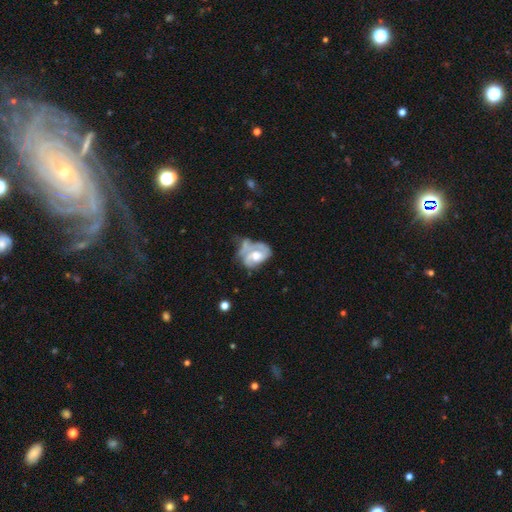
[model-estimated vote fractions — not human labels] featured or disk 66%, smooth 27%, star or artifact 7%. Down the decision tree: edge-on disk — no (97%); bar — no (73%); spiral arms — yes (66%); bulge size — moderate (60%); merging — major disturbance (34%).